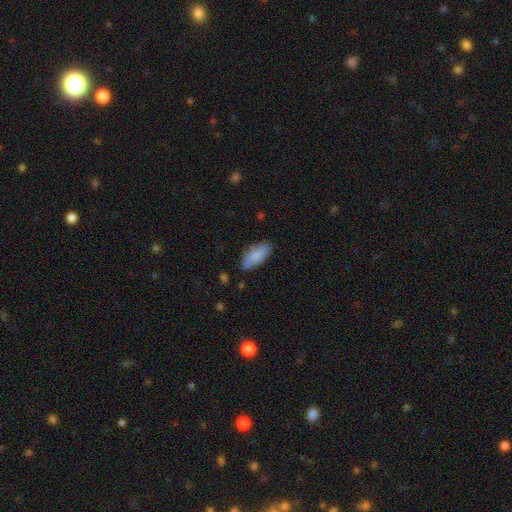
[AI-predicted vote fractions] This is clearly a smooth galaxy (86%). How rounded: clearly in between (85%). Merging: likely none (80%).